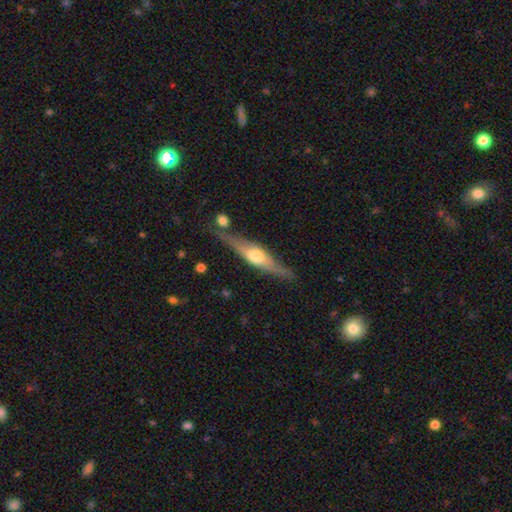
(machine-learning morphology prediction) Smooth or featured?
  - featured or disk: 68% *
  - smooth: 27%
  - star or artifact: 5%
Edge-on disk?
  - yes: 92% *
  - no: 8%
Edge-on bulge?
  - rounded: 89% *
  - boxy: 8%
  - none: 4%
Merging?
  - none: 70% *
  - minor disturbance: 17%
  - merger: 7%
  - major disturbance: 5%